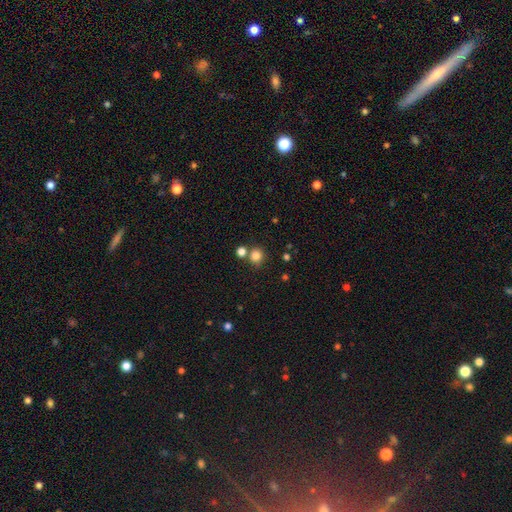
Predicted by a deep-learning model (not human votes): Smooth or featured: smooth — 82% (star or artifact — 13%)
How rounded: round — 90% (in between — 9%)
Merging: none — 69% (merger — 19%)